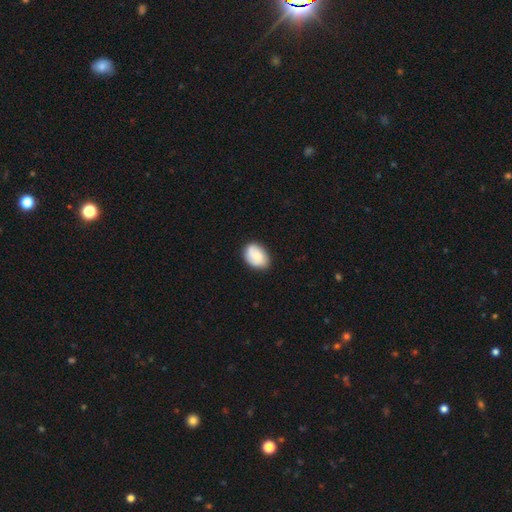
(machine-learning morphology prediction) Smooth or featured? Predicted: smooth (p=0.79). How rounded? Predicted: in between (p=0.78). Merging? Predicted: none (p=0.78).